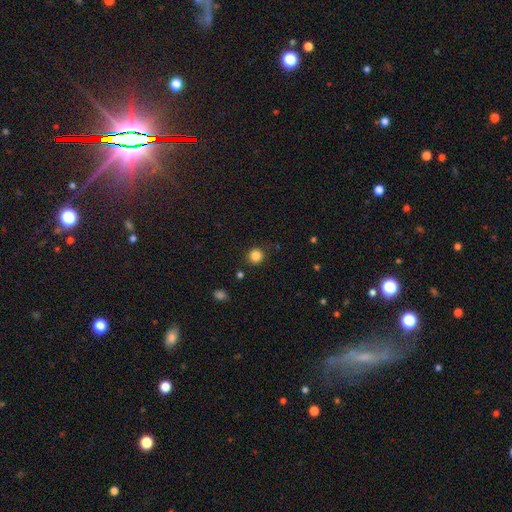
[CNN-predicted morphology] Q: Smooth or featured?
A: smooth (84%); runner-up: star or artifact (12%)
Q: How rounded?
A: round (93%); runner-up: in between (6%)
Q: Merging?
A: none (88%); runner-up: minor disturbance (7%)